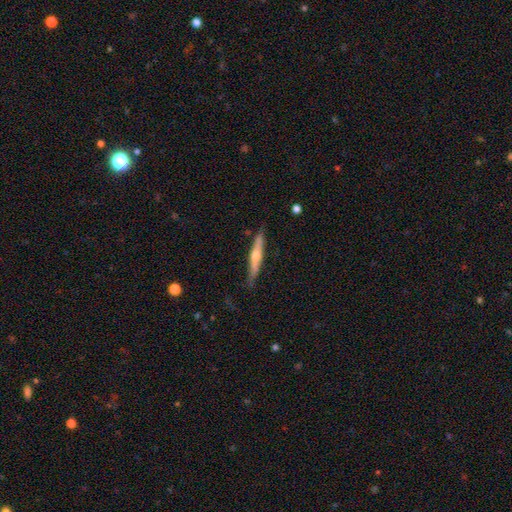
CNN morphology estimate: Smooth or featured: featured or disk — 68% (smooth — 26%)
Edge-on disk: yes — 96% (no — 4%)
Edge-on bulge: rounded — 85% (none — 9%)
Merging: none — 84% (minor disturbance — 12%)